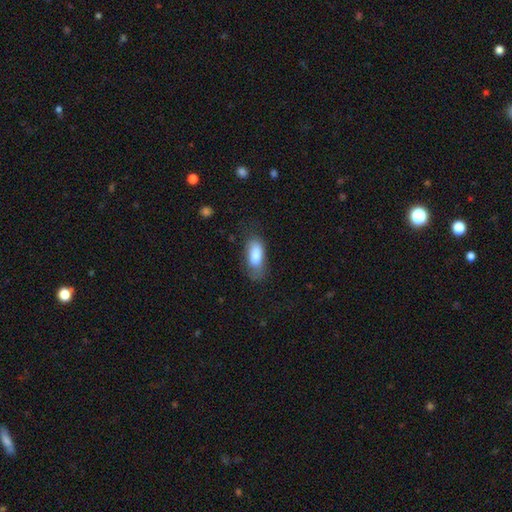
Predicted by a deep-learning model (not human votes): This appears to be a smooth galaxy with no disk features (81%) that is in between round and cigar-shaped (84%). Merging: none (57%).